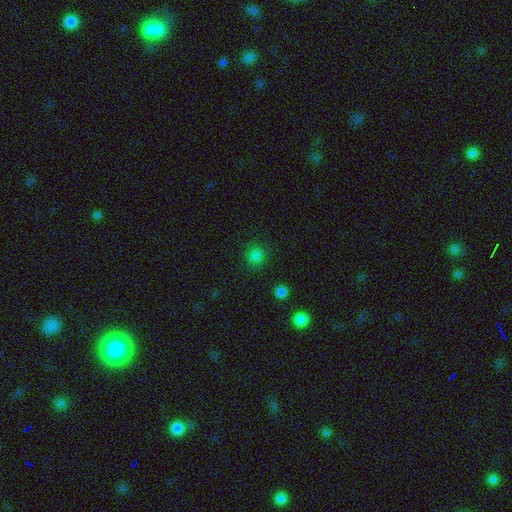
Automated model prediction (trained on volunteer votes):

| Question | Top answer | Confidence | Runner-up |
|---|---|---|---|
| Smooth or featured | smooth | 82% | star or artifact (14%) |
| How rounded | round | 93% | in between (6%) |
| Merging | none | 88% | minor disturbance (7%) |